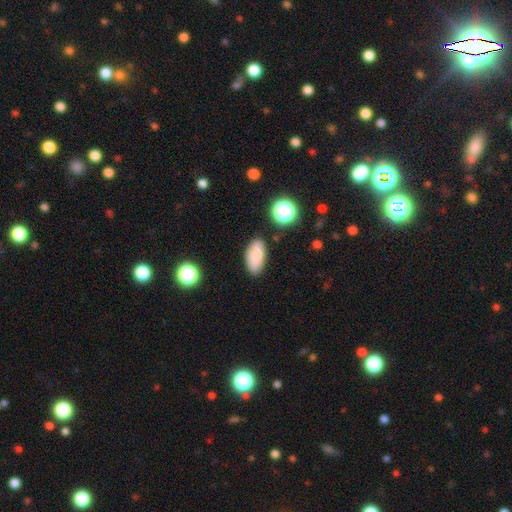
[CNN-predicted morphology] The model was most divided on "merging": none: 84%, minor disturbance: 11%, major disturbance: 3%, merger: 3%. More confident: how rounded — in between (90%); smooth or featured — smooth (85%).